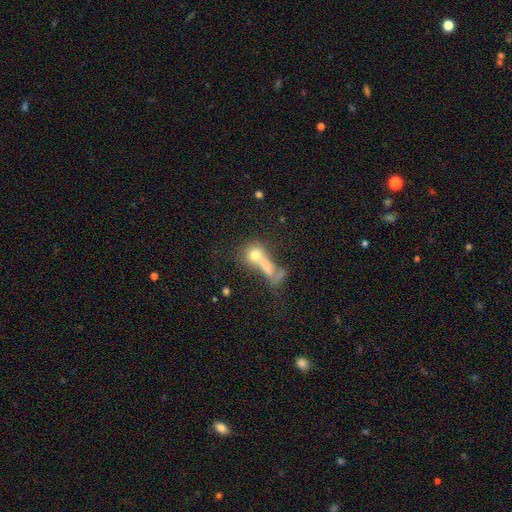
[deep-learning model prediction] This is likely a smooth galaxy (65%). How rounded: likely round (60%). Merging: possibly merger (58%).